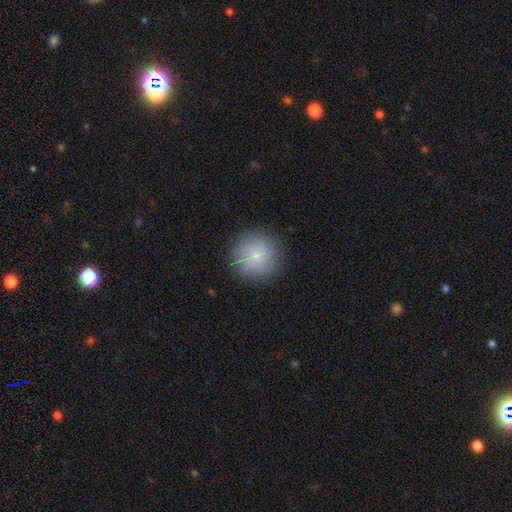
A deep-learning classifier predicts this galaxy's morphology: smooth 76%, featured or disk 15%, star or artifact 9%. Down the decision tree: how rounded — round (95%); merging — none (87%).